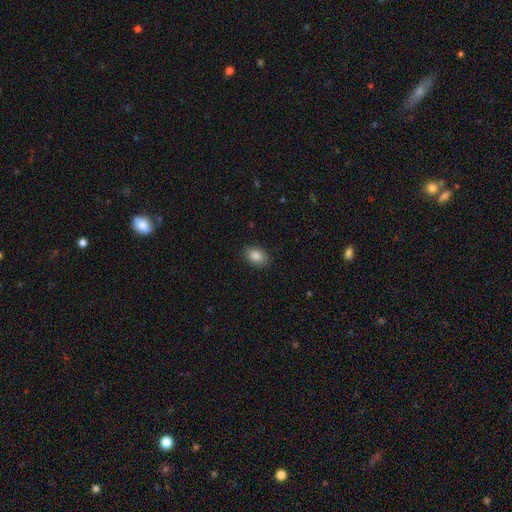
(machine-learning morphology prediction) A smooth galaxy with no disk features (87%) that is in between round and cigar-shaped (75%). Merging: none (88%).